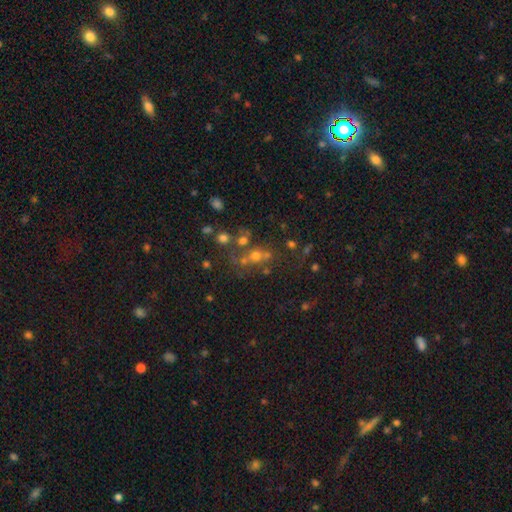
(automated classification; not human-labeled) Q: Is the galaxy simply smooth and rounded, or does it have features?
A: star or artifact — 52%.